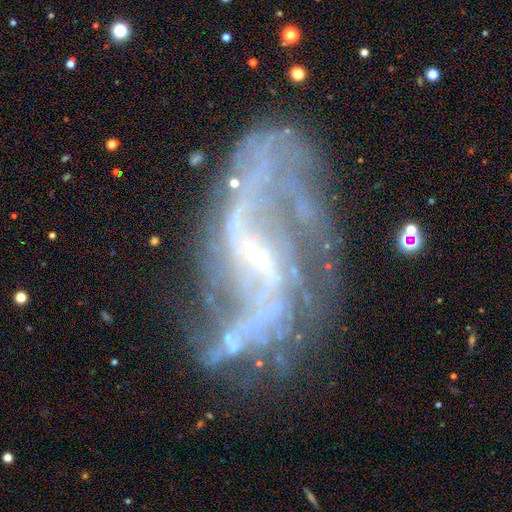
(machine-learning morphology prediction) featured or disk 85%, star or artifact 9%, smooth 5%. Down the decision tree: edge-on disk — no (96%); bar — weak (45%); spiral arms — yes (92%); spiral arm count — 2 (71%); spiral winding — loose (68%); bulge size — small (72%); merging — none (53%).